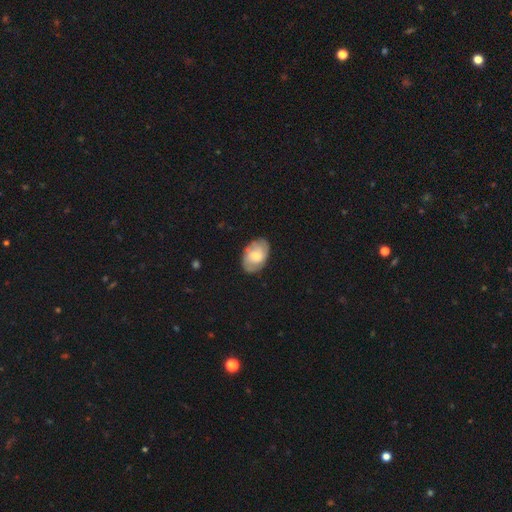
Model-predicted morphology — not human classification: Smooth or featured? Predicted: featured or disk (p=0.48). Merging? Predicted: none (p=0.79).